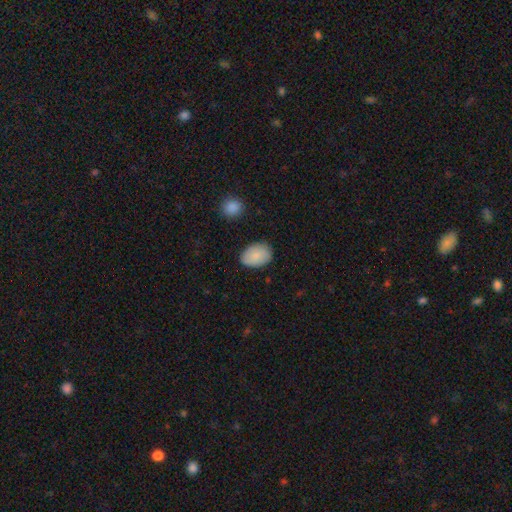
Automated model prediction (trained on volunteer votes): Smooth or featured? smooth (85%)
How rounded? in between (83%)
Merging? none (83%)